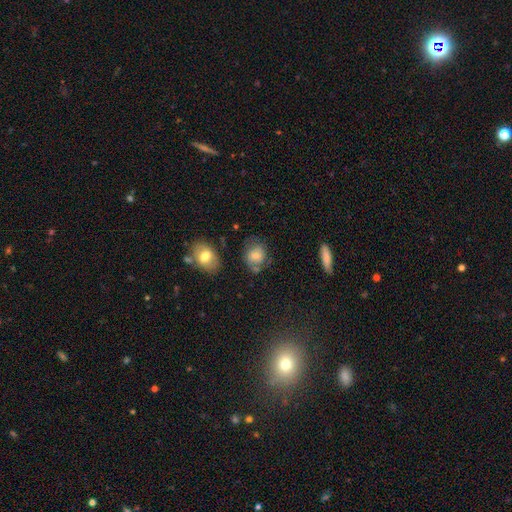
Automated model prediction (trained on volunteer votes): smooth_or_featured: smooth (p=0.66) [alt: featured or disk p=0.24]
how_rounded: round (p=0.52) [alt: in between p=0.47]
merging: none (p=0.57) [alt: minor disturbance p=0.25]